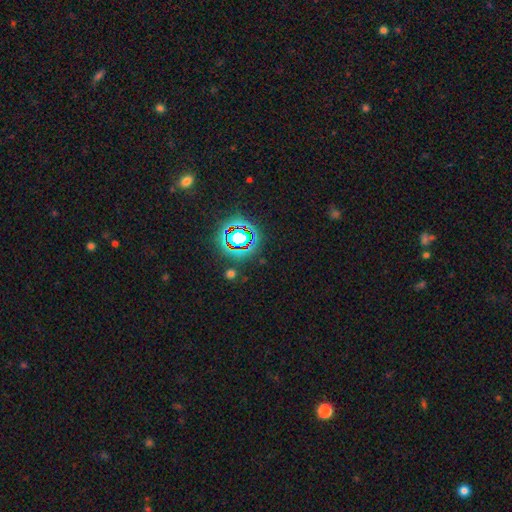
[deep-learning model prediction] Overall: star or artifact (77%).